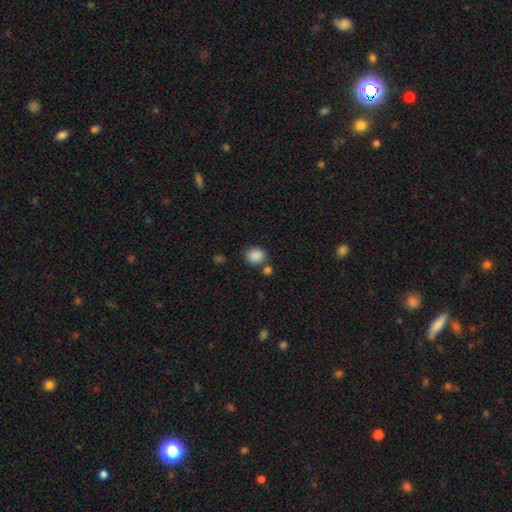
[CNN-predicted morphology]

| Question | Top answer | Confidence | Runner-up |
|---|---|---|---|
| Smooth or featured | smooth | 87% | star or artifact (9%) |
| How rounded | round | 63% | in between (36%) |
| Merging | none | 69% | minor disturbance (14%) |